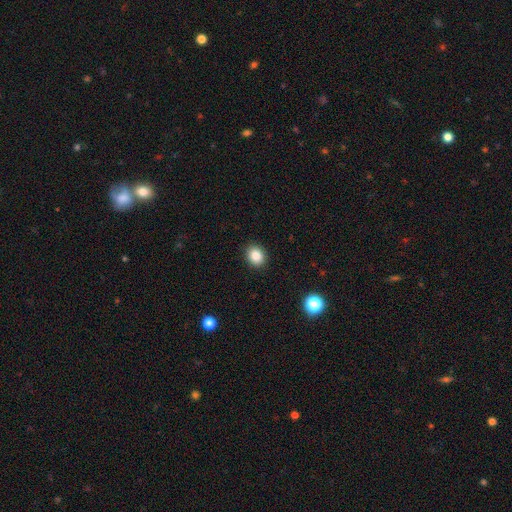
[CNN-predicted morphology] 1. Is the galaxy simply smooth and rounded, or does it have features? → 85% smooth, 10% star or artifact, 5% featured or disk.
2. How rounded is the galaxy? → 61% round, 38% in between, 1% cigar-shaped.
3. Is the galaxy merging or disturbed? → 91% none, 6% minor disturbance, 2% major disturbance, 1% merger.